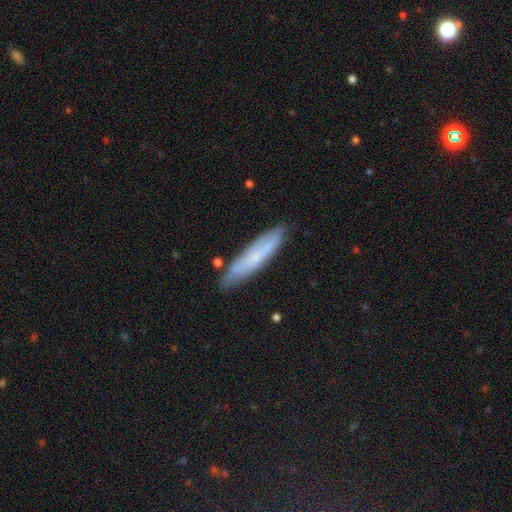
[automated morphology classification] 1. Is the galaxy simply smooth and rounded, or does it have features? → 55% smooth, 36% featured or disk, 8% star or artifact.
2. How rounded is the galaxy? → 83% cigar-shaped, 16% in between, 1% round.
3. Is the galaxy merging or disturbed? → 80% none, 15% minor disturbance, 3% major disturbance, 2% merger.